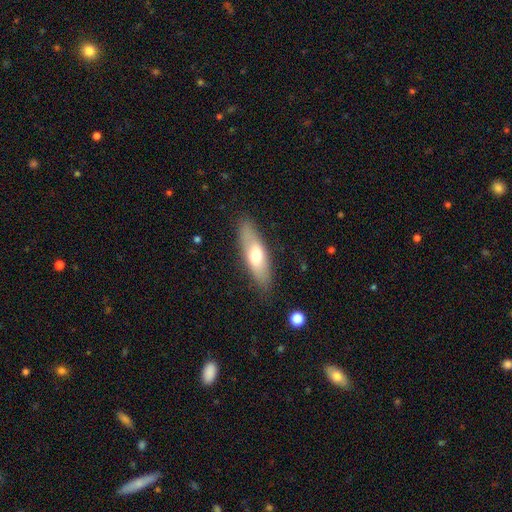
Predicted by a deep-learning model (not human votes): Smooth or featured?
  - smooth: 62% *
  - featured or disk: 32%
  - star or artifact: 6%
How rounded?
  - in between: 54% *
  - cigar-shaped: 44%
  - round: 2%
Merging?
  - none: 83% *
  - minor disturbance: 12%
  - major disturbance: 3%
  - merger: 1%